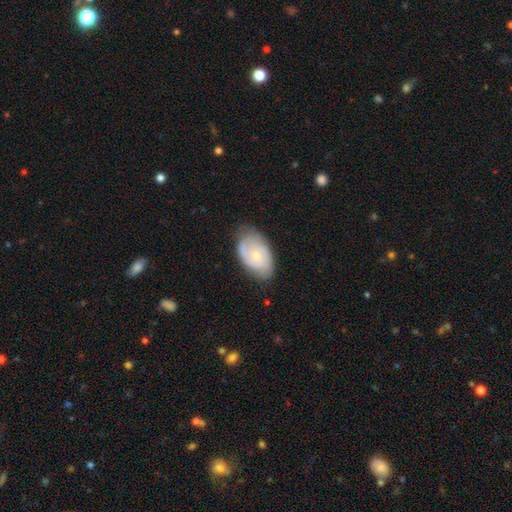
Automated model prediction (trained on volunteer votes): Q: Smooth or featured?
A: featured or disk (55%); runner-up: smooth (39%)
Q: Edge-on disk?
A: no (95%); runner-up: yes (5%)
Q: Bar?
A: no (79%); runner-up: weak (18%)
Q: Spiral arms?
A: yes (78%); runner-up: no (22%)
Q: Bulge size?
A: small (63%); runner-up: moderate (34%)
Q: Merging?
A: none (69%); runner-up: minor disturbance (24%)